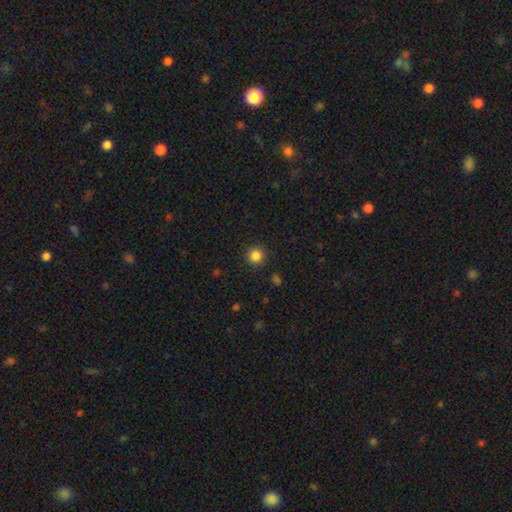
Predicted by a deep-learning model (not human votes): smooth 85%, star or artifact 12%, featured or disk 3%. Down the decision tree: how rounded — round (94%); merging — none (90%).